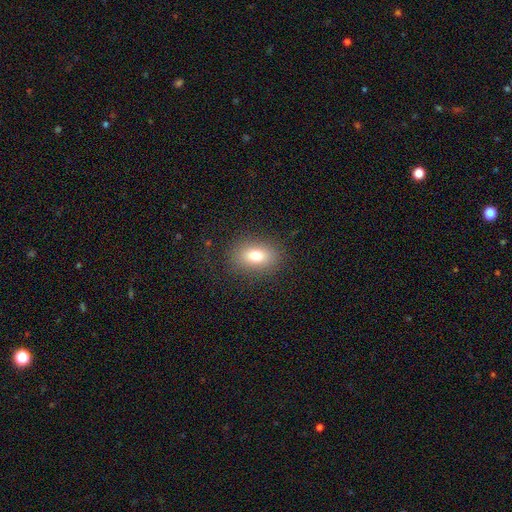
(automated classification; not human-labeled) Smooth or featured? smooth (76%)
How rounded? in between (77%)
Merging? none (85%)